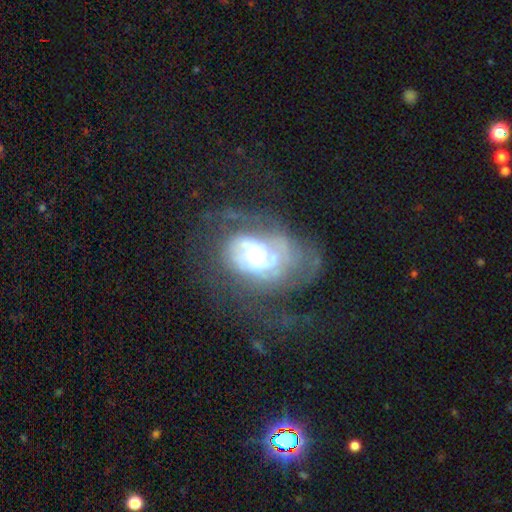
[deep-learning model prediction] smooth-or-featured: featured or disk: 82% | smooth: 10% | star or artifact: 8%
  disk-edge-on: no: 97% | yes: 3%
    bar: no: 61% | weak: 29% | strong: 9%
    has-spiral-arms: yes: 87% | no: 13%
      spiral-winding: tight: 50% | medium: 35% | loose: 16%
      spiral-arm-count: can't tell: 36% | 2: 32% | 3: 12% | 1: 10% | 4: 6% | more than 4: 5%
    bulge-size: moderate: 58% | large: 20% | small: 18% | dominant: 2% | none: 2%
  merging: none: 47% | major disturbance: 31% | minor disturbance: 19% | merger: 3%